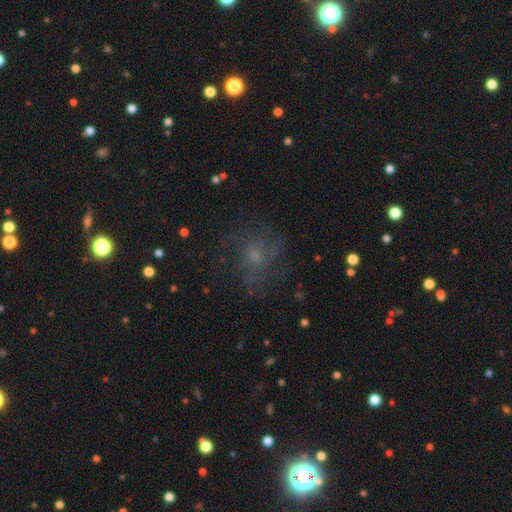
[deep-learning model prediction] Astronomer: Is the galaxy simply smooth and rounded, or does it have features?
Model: featured or disk — 42% (runner-up: smooth, 34%).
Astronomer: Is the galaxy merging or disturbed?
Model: none — 60%.